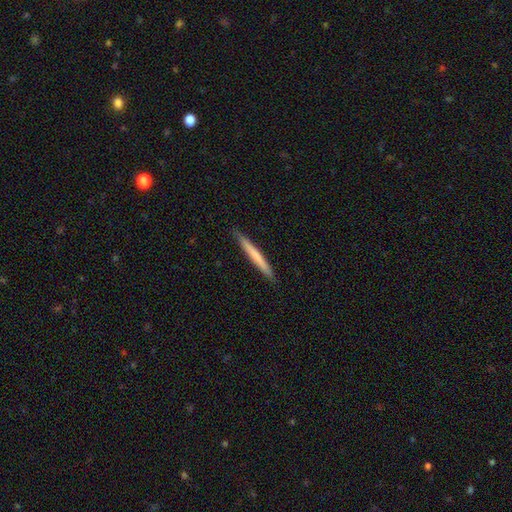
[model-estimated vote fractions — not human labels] Smooth or featured?
  - smooth: 63% *
  - featured or disk: 32%
  - star or artifact: 5%
How rounded?
  - cigar-shaped: 97% *
  - in between: 2%
  - round: 1%
Merging?
  - none: 90% *
  - minor disturbance: 7%
  - major disturbance: 1%
  - merger: 1%